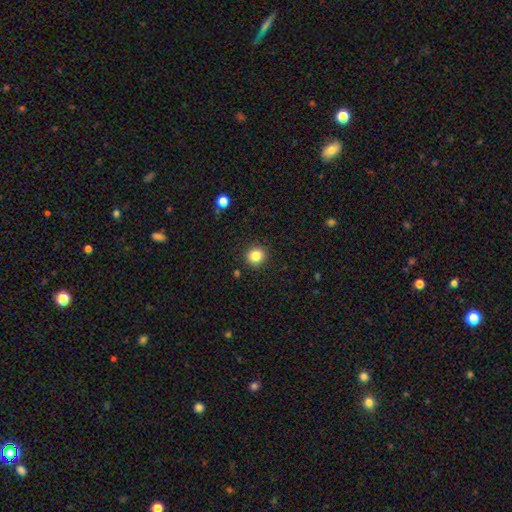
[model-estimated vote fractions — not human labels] Overall: smooth (84%). How rounded: round (91%). Merging: none (91%).